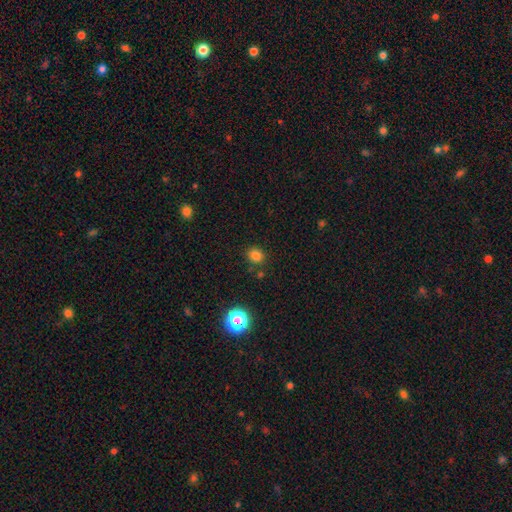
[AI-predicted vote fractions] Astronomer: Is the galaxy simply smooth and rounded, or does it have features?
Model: smooth — 79%.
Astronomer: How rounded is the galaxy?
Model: round — 81%.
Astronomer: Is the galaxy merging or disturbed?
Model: none — 84%.